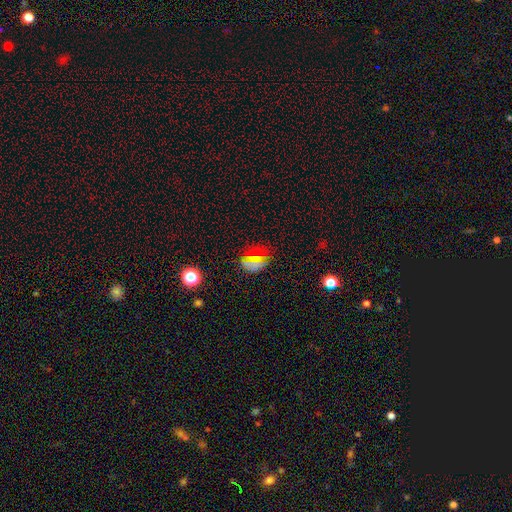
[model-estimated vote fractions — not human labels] Smooth or featured? smooth (59%)
How rounded? round (60%)
Merging? none (81%)